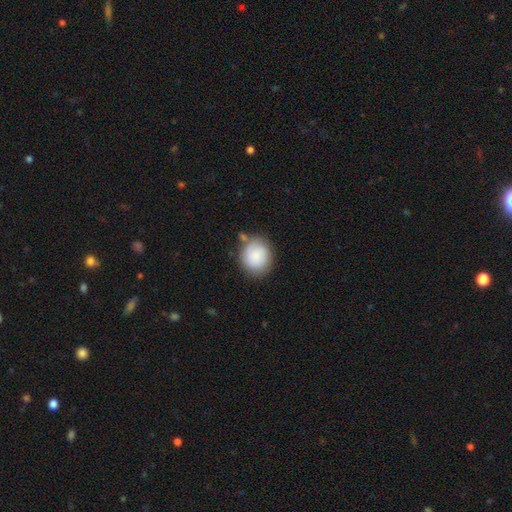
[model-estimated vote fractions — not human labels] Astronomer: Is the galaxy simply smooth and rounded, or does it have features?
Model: smooth — 86%.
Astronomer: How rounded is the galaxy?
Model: round — 73%.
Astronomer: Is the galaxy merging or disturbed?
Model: none — 72%.